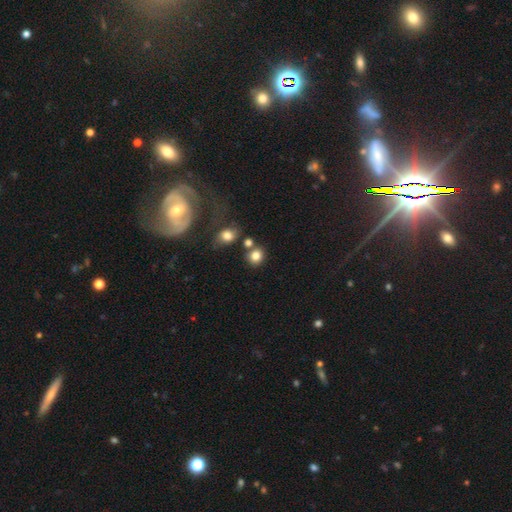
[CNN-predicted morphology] A smooth galaxy with no disk features (81%) that is round (78%). Merging: none (69%).